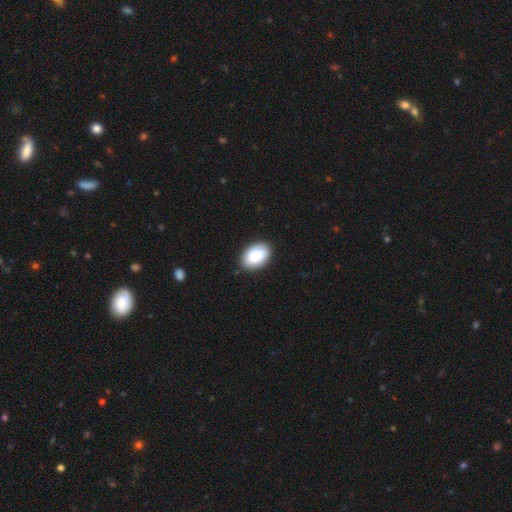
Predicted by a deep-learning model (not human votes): smooth_or_featured: smooth (p=0.77) [alt: featured or disk p=0.17]
how_rounded: in between (p=0.85) [alt: round p=0.14]
merging: none (p=0.84) [alt: minor disturbance p=0.12]